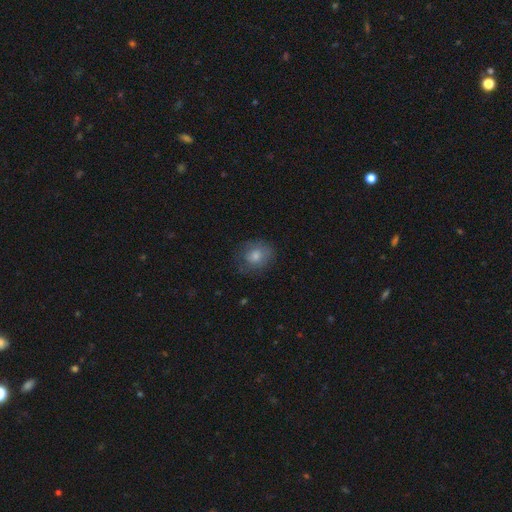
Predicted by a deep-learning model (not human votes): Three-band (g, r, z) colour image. It shows a smooth galaxy with no disk features (69%) that is round (70%). Merging: none (75%).